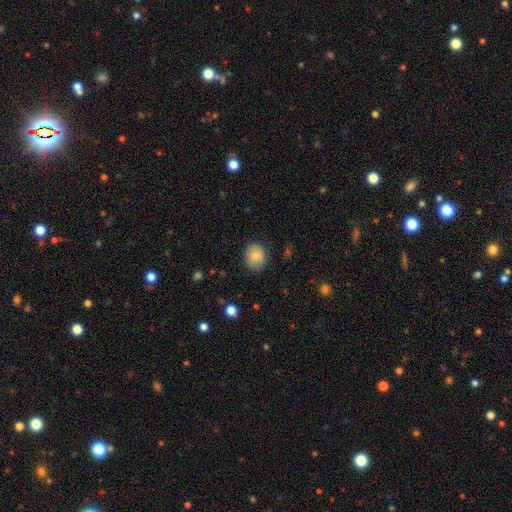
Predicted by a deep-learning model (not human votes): Smooth or featured? smooth (78%)
How rounded? round (74%)
Merging? none (84%)